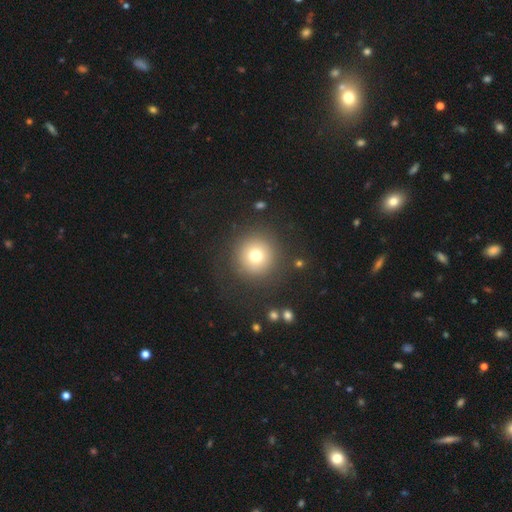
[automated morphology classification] A smooth galaxy with no disk features (74%) that is round (95%).

Vote fractions:
- Smooth or featured? smooth: 74% / star or artifact: 14% / featured or disk: 12%
- How rounded? round: 95% / in between: 4% / cigar-shaped: 1%
- Merging? none: 87% / minor disturbance: 7% / major disturbance: 5% / merger: 2%